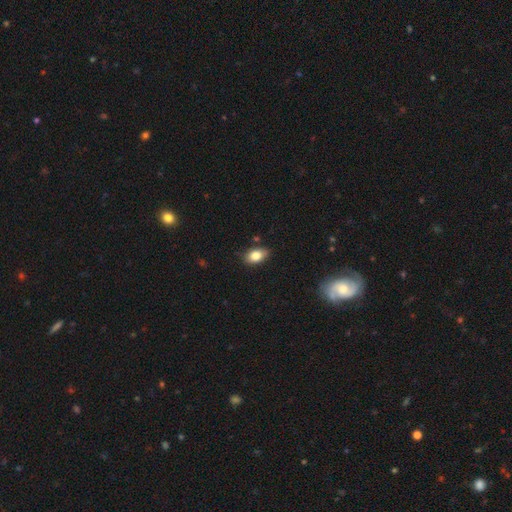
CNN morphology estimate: smooth_or_featured: smooth (p=0.82) [alt: featured or disk p=0.10]
how_rounded: in between (p=0.87) [alt: round p=0.11]
merging: none (p=0.79) [alt: minor disturbance p=0.16]